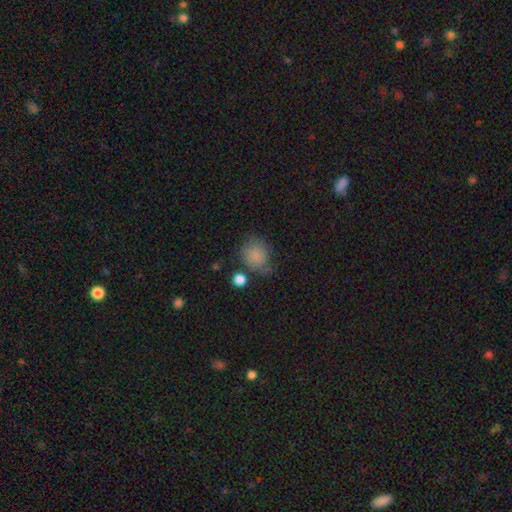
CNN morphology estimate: Smooth or featured?
  - smooth: 83% *
  - star or artifact: 10%
  - featured or disk: 6%
How rounded?
  - round: 71% *
  - in between: 28%
  - cigar-shaped: 1%
Merging?
  - none: 61% *
  - minor disturbance: 23%
  - major disturbance: 9%
  - merger: 7%